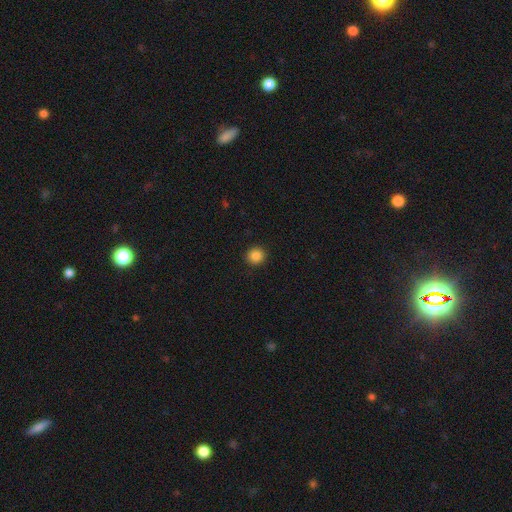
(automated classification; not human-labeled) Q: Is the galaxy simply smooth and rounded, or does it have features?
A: smooth — 86%.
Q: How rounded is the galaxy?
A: round — 93%.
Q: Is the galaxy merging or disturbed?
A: none — 93%.